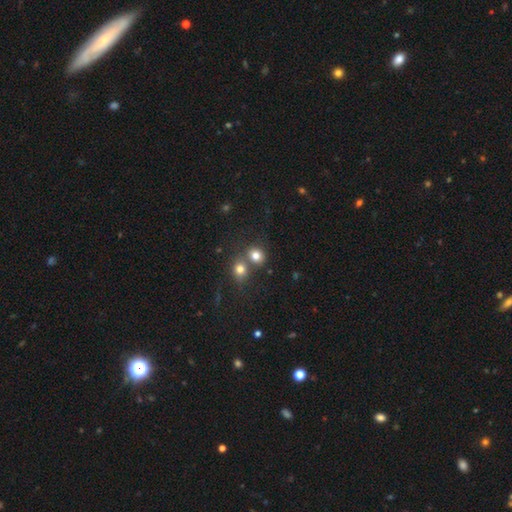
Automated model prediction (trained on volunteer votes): The model was most divided on "merging": none: 49%, merger: 40%, minor disturbance: 8%, major disturbance: 3%. More confident: smooth or featured — smooth (79%); how rounded — round (68%).